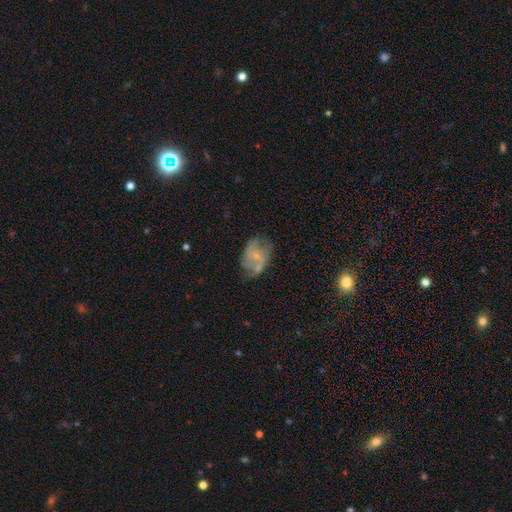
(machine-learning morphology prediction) A featured or disk galaxy (63%) with no bar (67%), spiral arms (74%) and a small central bulge (71%).

Vote fractions:
- Smooth or featured? featured or disk: 63% / smooth: 30% / star or artifact: 8%
- Edge-on disk? no: 98% / yes: 2%
- Bar? no: 67% / weak: 28% / strong: 5%
- Spiral arms? yes: 74% / no: 26%
- Bulge size? small: 71% / moderate: 18% / none: 9% / large: 1% / dominant: 1%
- Merging? none: 47% / minor disturbance: 28% / major disturbance: 17% / merger: 7%